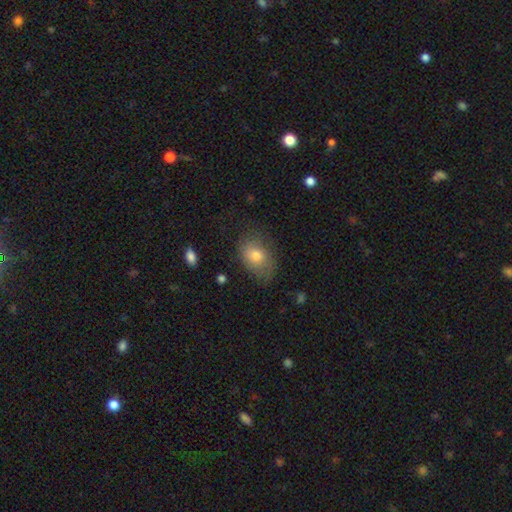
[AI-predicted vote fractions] This appears to be a smooth galaxy with no disk features (71%) that is in between round and cigar-shaped (77%). Merging: none (63%).